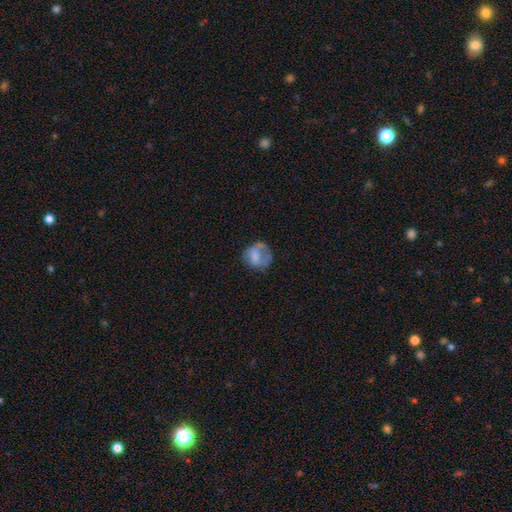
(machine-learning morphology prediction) This appears to be a smooth galaxy with no disk features (63%) that is round (73%). Merging: none (46%).